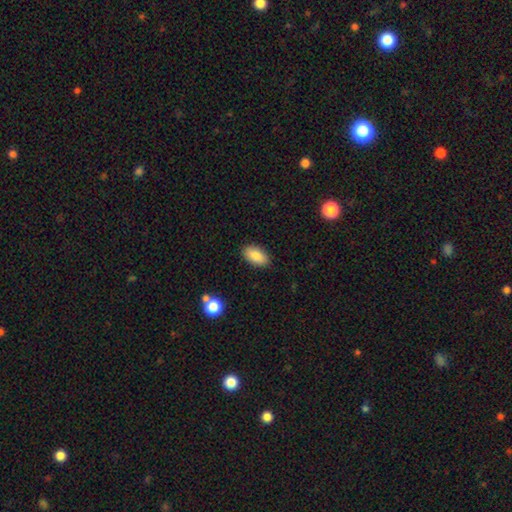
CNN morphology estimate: The model was most divided on "smooth or featured": smooth: 86%, star or artifact: 7%, featured or disk: 7%. More confident: how rounded — in between (93%); merging — none (88%).